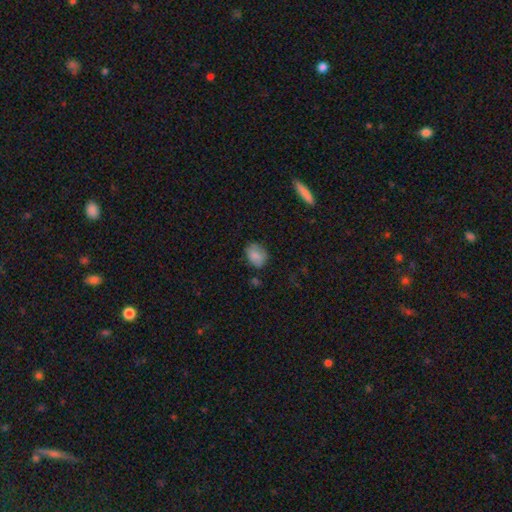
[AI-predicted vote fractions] The model was most divided on "how rounded": in between: 59%, round: 40%, cigar-shaped: 1%. More confident: smooth or featured — smooth (83%); merging — none (69%).